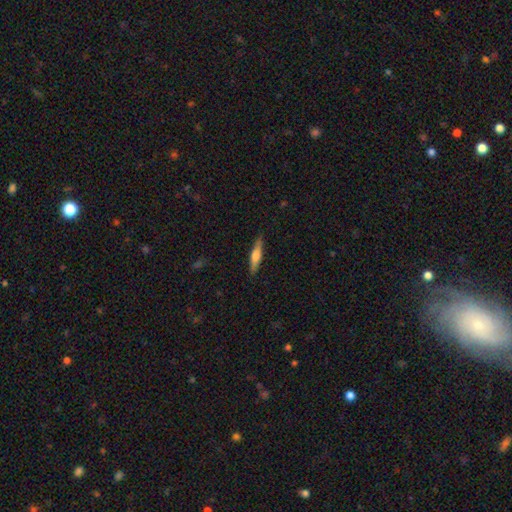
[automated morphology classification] Q: Smooth or featured?
A: smooth (50%); runner-up: featured or disk (44%)
Q: How rounded?
A: cigar-shaped (82%); runner-up: in between (16%)
Q: Merging?
A: none (86%); runner-up: minor disturbance (10%)